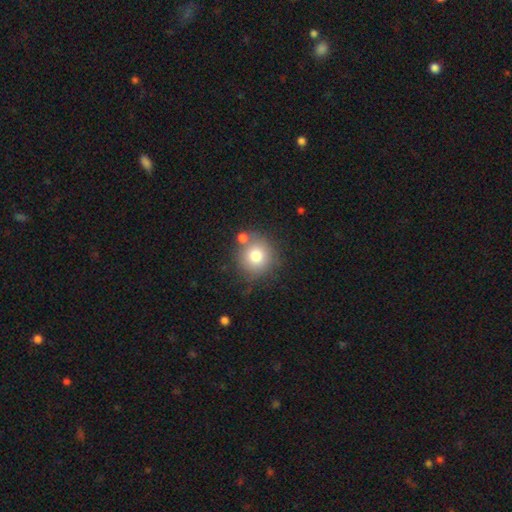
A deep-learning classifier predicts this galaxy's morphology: Overall: smooth (78%). How rounded: round (90%). Merging: none (71%).